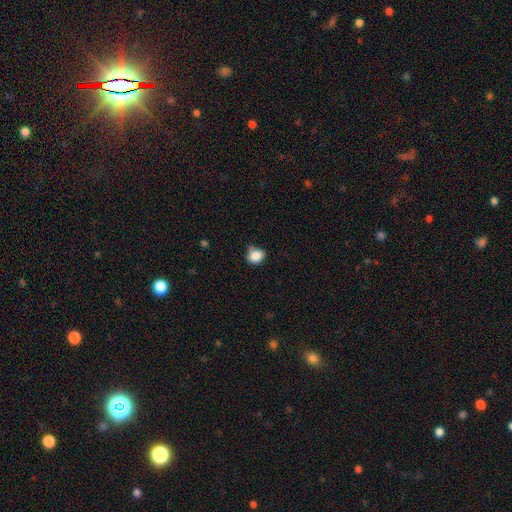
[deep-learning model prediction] This appears to be a smooth galaxy with no disk features (84%) that is round (71%). Merging: none (56%).